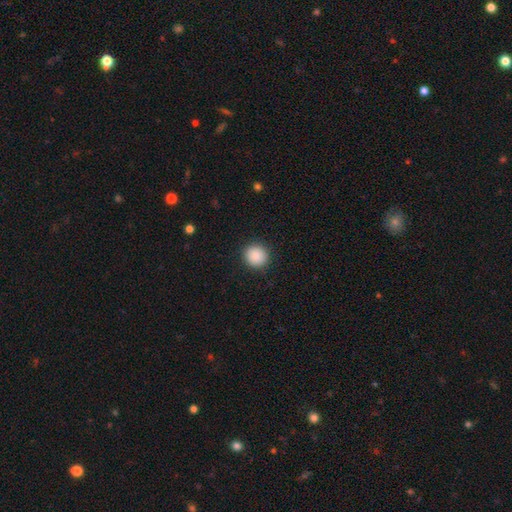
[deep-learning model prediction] Smooth or featured? smooth (89%)
How rounded? round (93%)
Merging? none (92%)